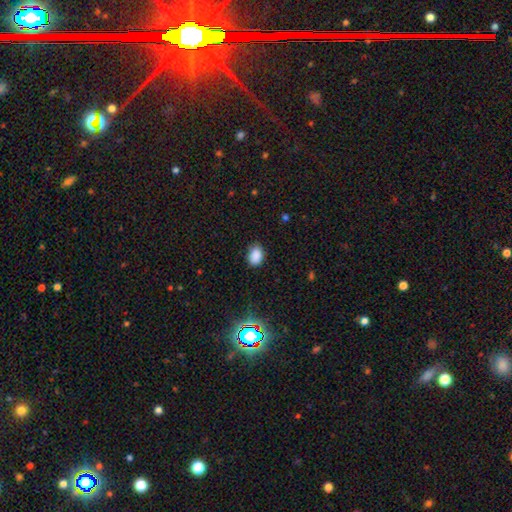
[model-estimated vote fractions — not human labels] A smooth galaxy with no disk features (85%) that is in between round and cigar-shaped (78%).

Vote fractions:
- Smooth or featured? smooth: 85% / star or artifact: 12% / featured or disk: 3%
- How rounded? in between: 78% / round: 21% / cigar-shaped: 1%
- Merging? none: 82% / minor disturbance: 14% / major disturbance: 3% / merger: 1%